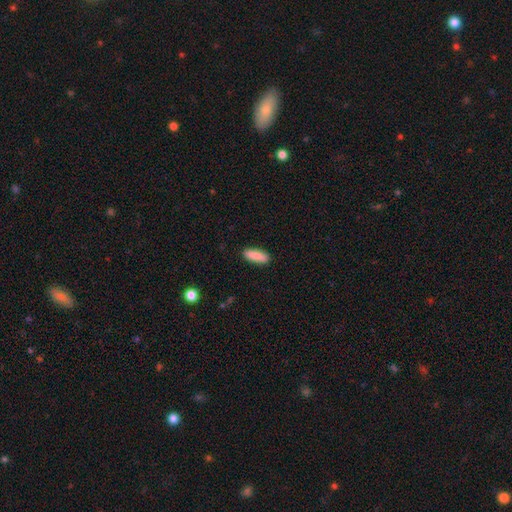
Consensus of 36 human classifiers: This is clearly a smooth galaxy (92%). How rounded: likely in between (73%). Merging: clearly none (89%).